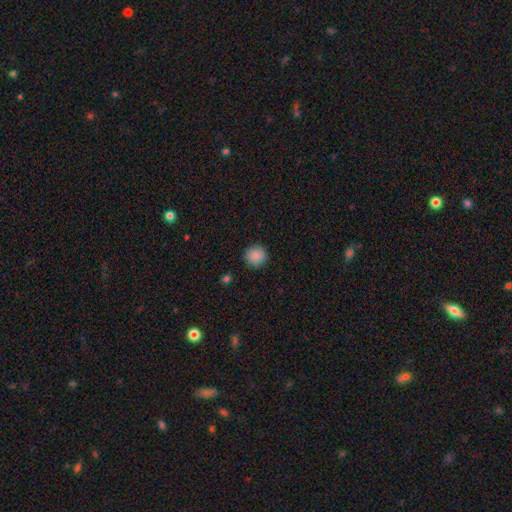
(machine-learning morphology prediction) Q: Smooth or featured?
A: smooth (87%); runner-up: star or artifact (9%)
Q: How rounded?
A: round (95%); runner-up: in between (4%)
Q: Merging?
A: none (92%); runner-up: minor disturbance (6%)